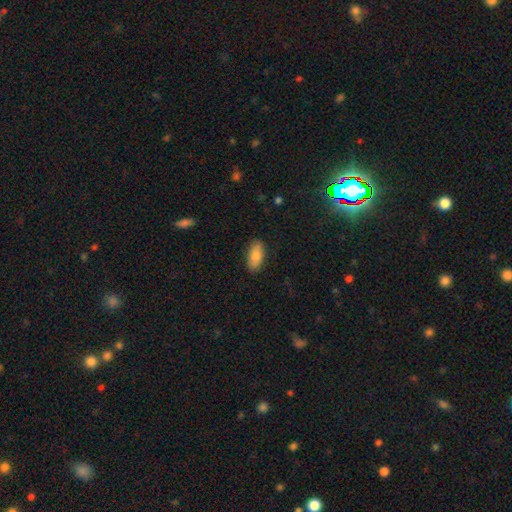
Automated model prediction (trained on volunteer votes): Morphology: type=smooth (81%); roundness=in between (87%); merging=none (87%).